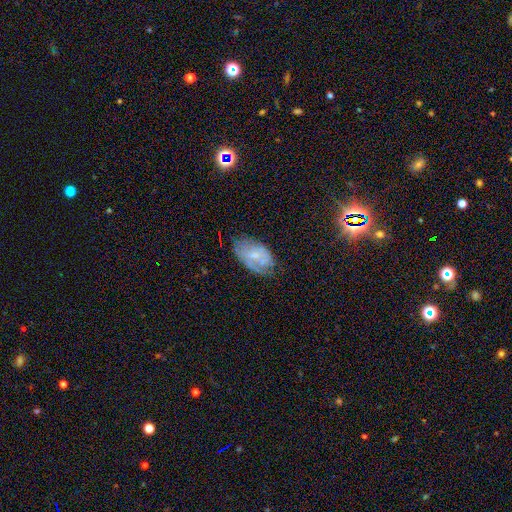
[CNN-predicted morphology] smooth-or-featured: featured or disk: 46% | smooth: 45% | star or artifact: 10%
  merging: none: 58% | minor disturbance: 29% | major disturbance: 11% | merger: 2%